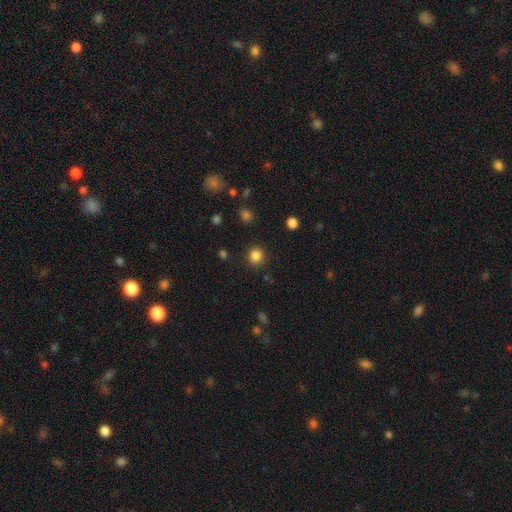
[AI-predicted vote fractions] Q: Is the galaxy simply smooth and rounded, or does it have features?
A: smooth — 84%.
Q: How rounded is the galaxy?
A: round — 92%.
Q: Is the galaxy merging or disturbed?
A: none — 91%.